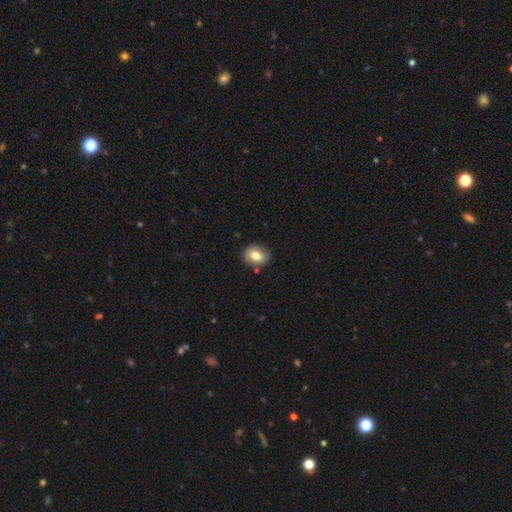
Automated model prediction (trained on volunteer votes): Overall: smooth (78%). How rounded: round (55%; in between 44%). Merging: none (82%).